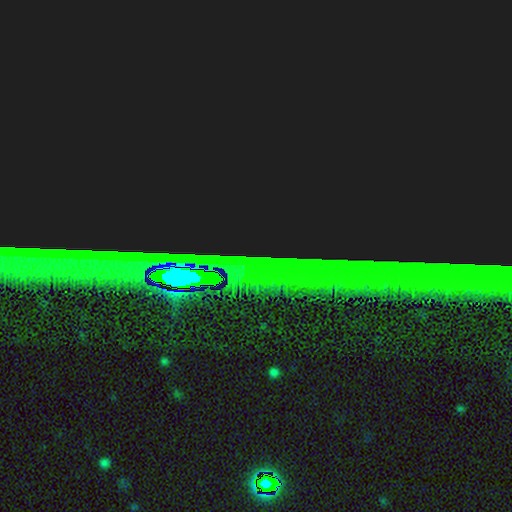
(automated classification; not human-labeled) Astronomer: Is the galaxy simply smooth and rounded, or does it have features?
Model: star or artifact — 83%.